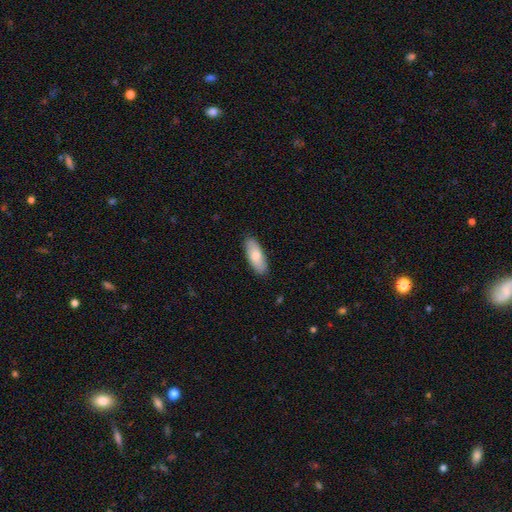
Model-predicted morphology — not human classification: This is likely a smooth galaxy (76%). How rounded: likely in between (76%). Merging: clearly none (87%).